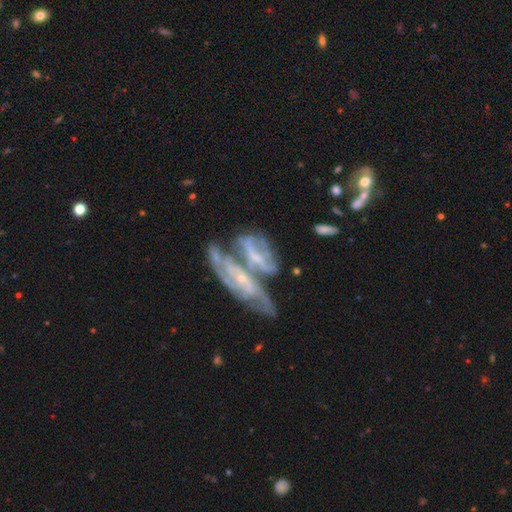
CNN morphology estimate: Q: Smooth or featured?
A: featured or disk (78%); runner-up: smooth (15%)
Q: Edge-on disk?
A: no (90%); runner-up: yes (10%)
Q: Bar?
A: no (47%); runner-up: weak (32%)
Q: Spiral arms?
A: yes (82%); runner-up: no (18%)
Q: Spiral winding?
A: medium (41%); runner-up: tight (40%)
Q: Spiral arm count?
A: 2 (36%); runner-up: can't tell (35%)
Q: Bulge size?
A: small (72%); runner-up: moderate (18%)
Q: Merging?
A: merger (60%); runner-up: none (19%)